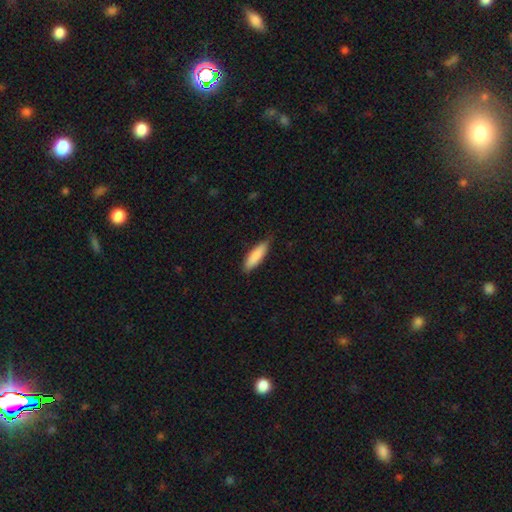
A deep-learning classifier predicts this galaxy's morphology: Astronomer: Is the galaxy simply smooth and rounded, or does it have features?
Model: smooth — 86%.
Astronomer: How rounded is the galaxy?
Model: cigar-shaped — 54% (runner-up: in between, 44%).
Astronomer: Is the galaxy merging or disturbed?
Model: none — 81%.